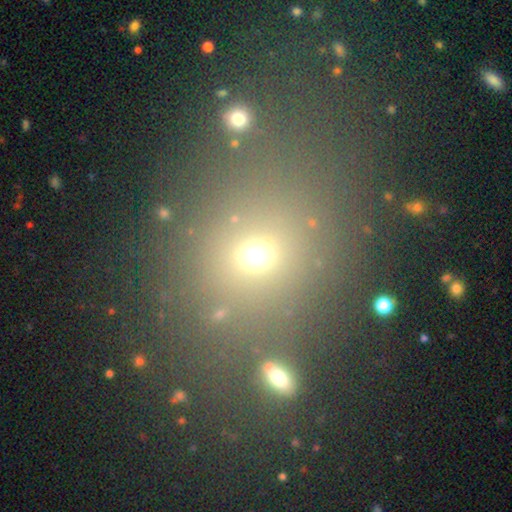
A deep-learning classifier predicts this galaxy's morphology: This is possibly a smooth galaxy (60%). How rounded: likely round (61%). Merging: likely none (72%).